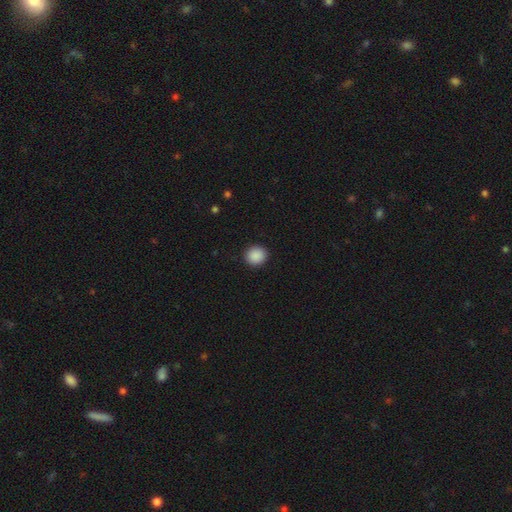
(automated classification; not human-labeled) This appears to be a smooth galaxy with no disk features (89%) that is round (88%). Merging: none (92%).